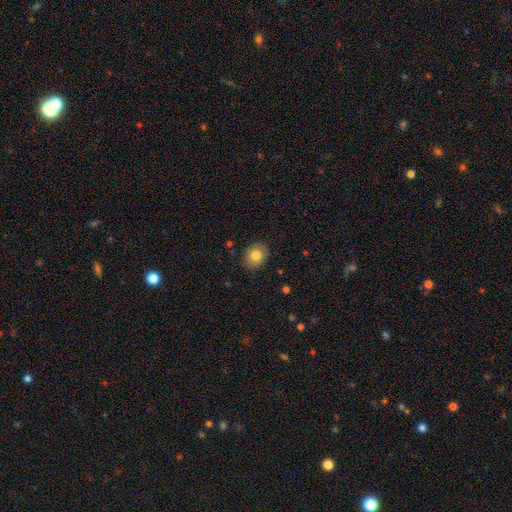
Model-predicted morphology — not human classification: This appears to be a smooth galaxy with no disk features (81%) that is round (51%). Merging: none (86%).